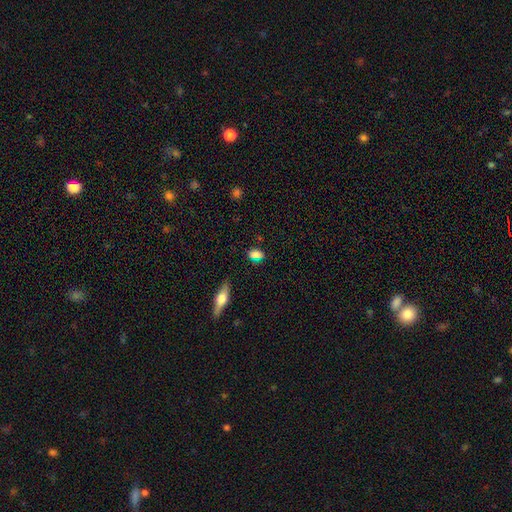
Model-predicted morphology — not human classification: This appears to be a smooth galaxy with no disk features (75%) that is in between round and cigar-shaped (72%). Merging: none (80%).